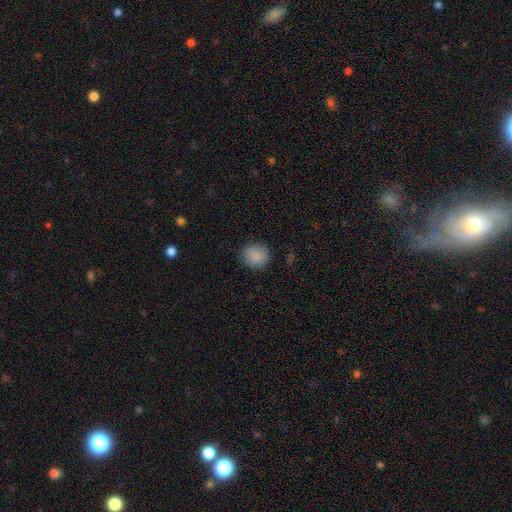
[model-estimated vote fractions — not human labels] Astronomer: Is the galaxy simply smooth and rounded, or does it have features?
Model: smooth — 87%.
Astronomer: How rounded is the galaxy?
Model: round — 87%.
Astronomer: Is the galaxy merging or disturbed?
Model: none — 88%.